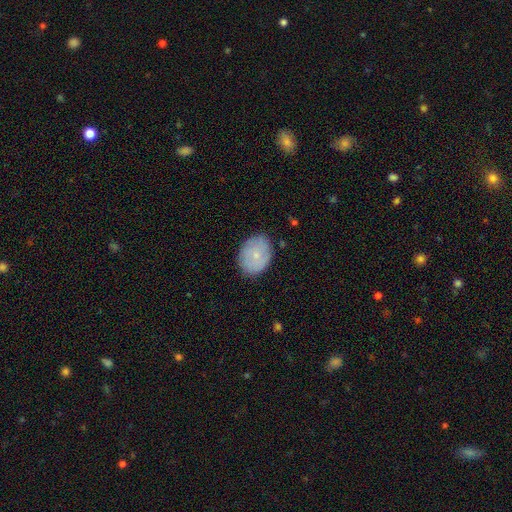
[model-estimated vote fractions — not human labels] Q: Smooth or featured?
A: smooth (61%); runner-up: featured or disk (32%)
Q: How rounded?
A: in between (62%); runner-up: round (37%)
Q: Merging?
A: none (80%); runner-up: minor disturbance (16%)